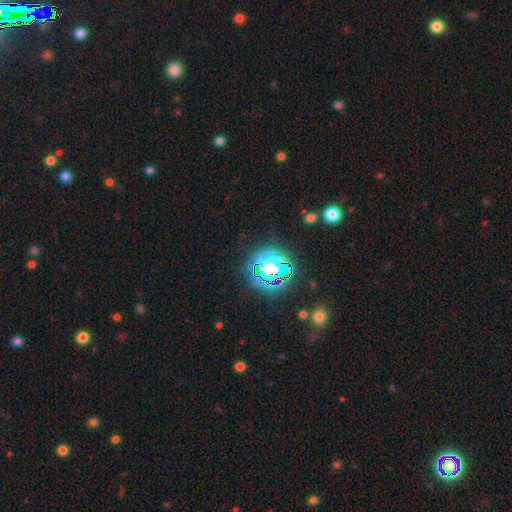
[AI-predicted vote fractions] smooth_or_featured: star or artifact (p=0.78) [alt: smooth p=0.14]